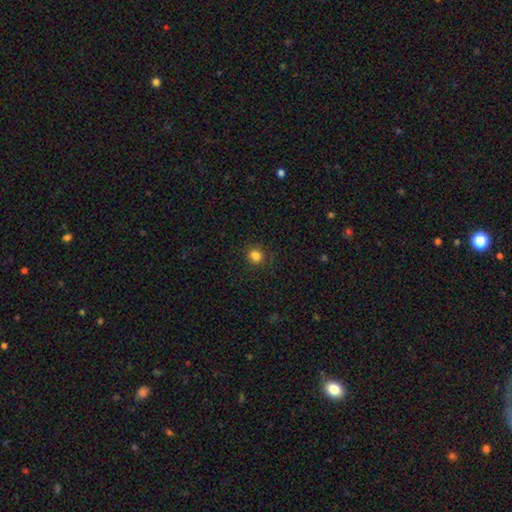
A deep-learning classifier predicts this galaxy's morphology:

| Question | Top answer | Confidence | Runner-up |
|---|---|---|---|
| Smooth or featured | smooth | 83% | star or artifact (13%) |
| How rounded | round | 86% | in between (13%) |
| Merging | none | 89% | minor disturbance (7%) |